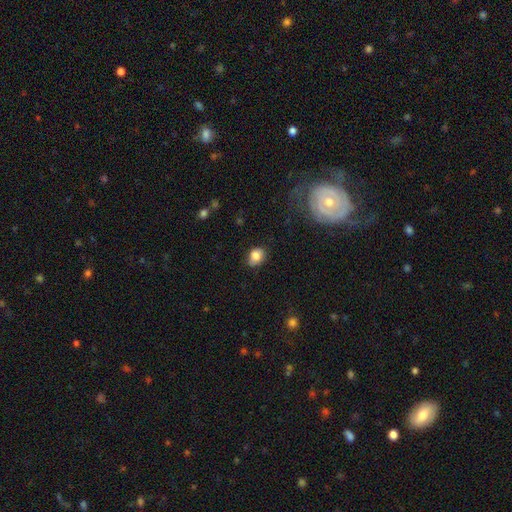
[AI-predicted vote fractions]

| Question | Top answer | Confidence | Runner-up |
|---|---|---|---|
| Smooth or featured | smooth | 79% | featured or disk (11%) |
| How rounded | in between | 59% | round (40%) |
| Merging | none | 69% | minor disturbance (24%) |